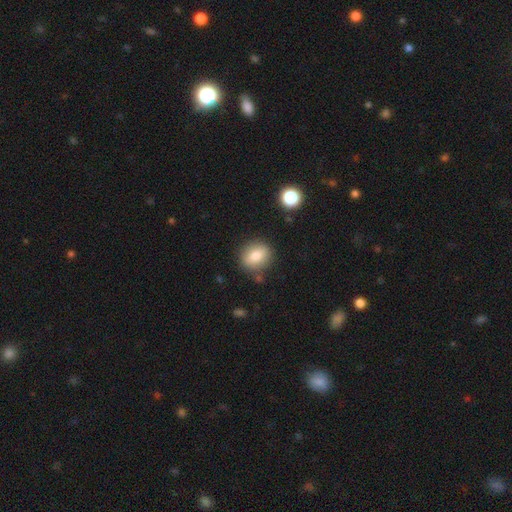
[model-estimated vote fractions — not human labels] Overall: smooth (78%). How rounded: round (64%; in between 35%). Merging: none (83%).